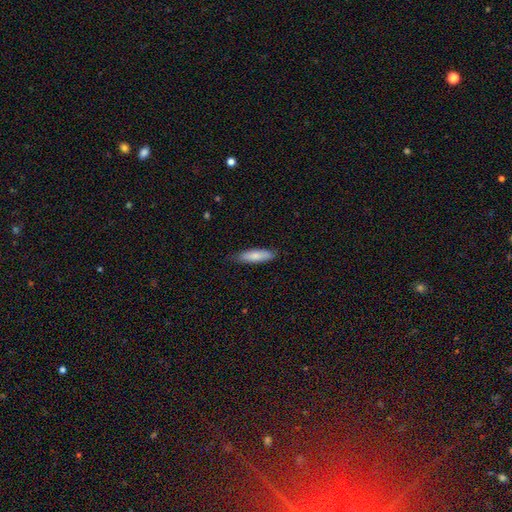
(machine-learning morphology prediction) Smooth or featured? smooth (79%)
How rounded? cigar-shaped (60%)
Merging? none (81%)